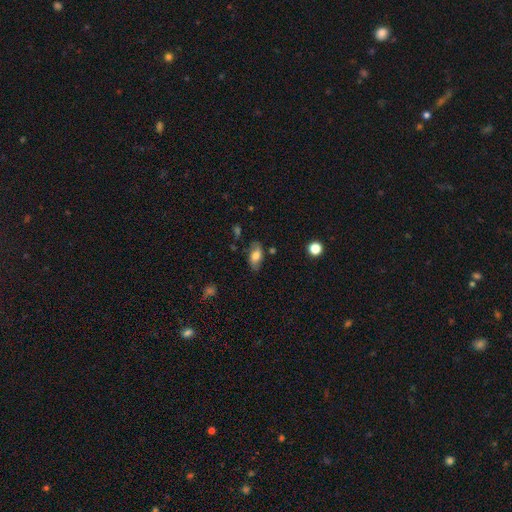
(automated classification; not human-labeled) Smooth or featured: smooth — 67% (featured or disk — 25%)
How rounded: in between — 90% (round — 5%)
Merging: none — 74% (minor disturbance — 18%)